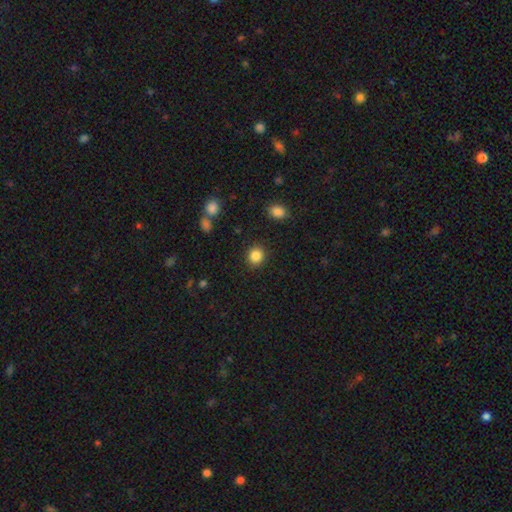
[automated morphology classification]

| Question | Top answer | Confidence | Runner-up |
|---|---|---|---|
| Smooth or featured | smooth | 86% | star or artifact (10%) |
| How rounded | round | 83% | in between (16%) |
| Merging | none | 90% | minor disturbance (6%) |